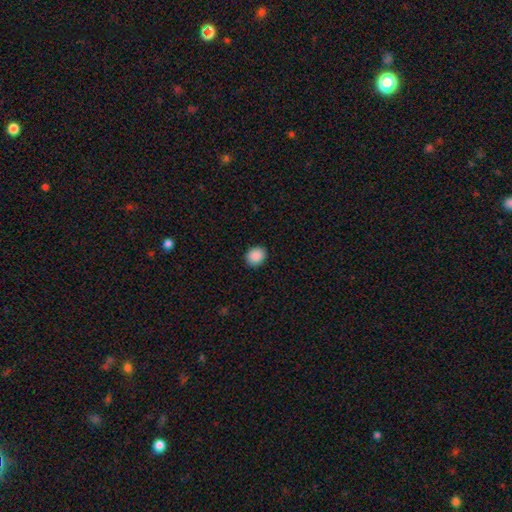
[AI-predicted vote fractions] A smooth galaxy with no disk features (89%) that is round (66%). Merging: none (90%).